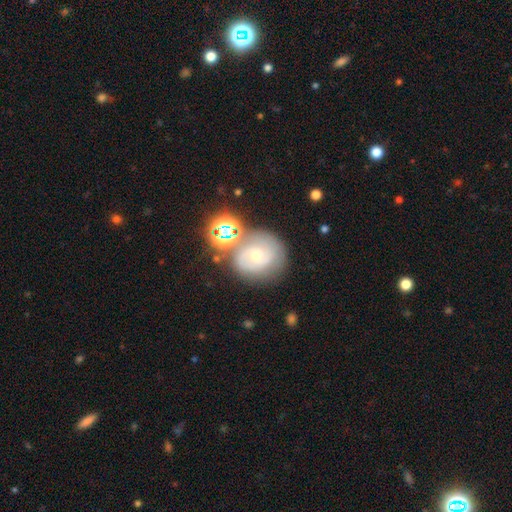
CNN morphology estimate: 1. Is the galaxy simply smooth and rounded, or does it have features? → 54% featured or disk, 30% smooth, 16% star or artifact.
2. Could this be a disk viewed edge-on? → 97% no, 3% yes.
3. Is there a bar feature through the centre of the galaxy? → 69% no, 25% weak, 6% strong.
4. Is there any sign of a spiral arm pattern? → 78% yes, 22% no.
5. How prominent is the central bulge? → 55% small, 40% moderate, 2% large, 2% none, 1% dominant.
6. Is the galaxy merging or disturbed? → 57% none, 19% merger, 17% minor disturbance, 8% major disturbance.